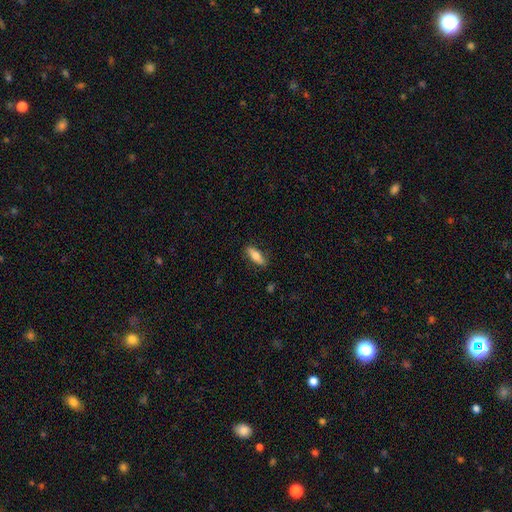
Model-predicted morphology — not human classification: type=smooth (76%); roundness=in between (64%); merging=none (84%).